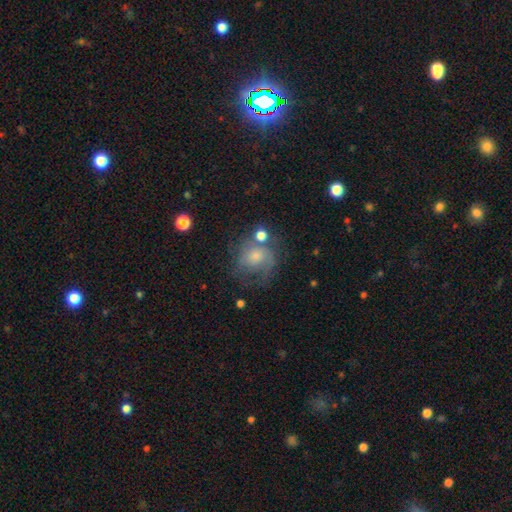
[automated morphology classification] type=featured or disk (54%); edge-on=no (97%); bar=no (72%); spiral arms=yes (80%); bulge=moderate (43%); merging=none (54%).